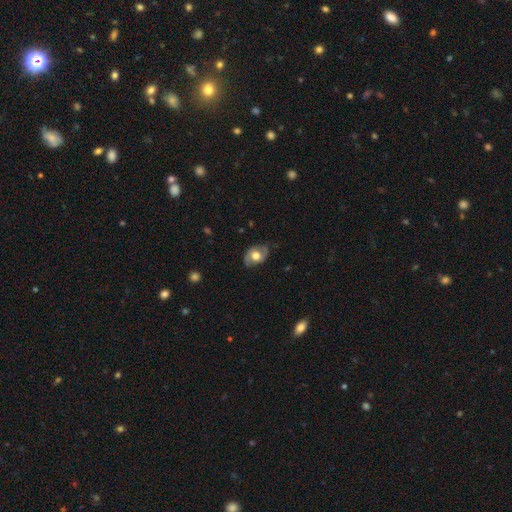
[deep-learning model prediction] featured or disk 51%, smooth 42%, star or artifact 7%. Down the decision tree: edge-on disk — no (93%); merging — none (74%).